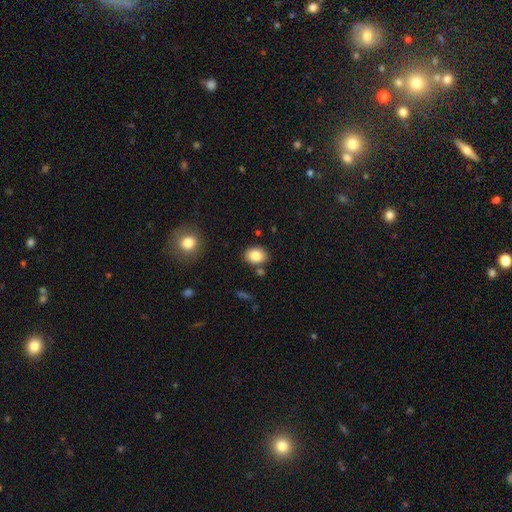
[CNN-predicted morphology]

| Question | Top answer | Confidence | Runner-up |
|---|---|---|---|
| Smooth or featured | smooth | 84% | star or artifact (8%) |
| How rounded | in between | 63% | round (36%) |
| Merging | none | 81% | minor disturbance (10%) |